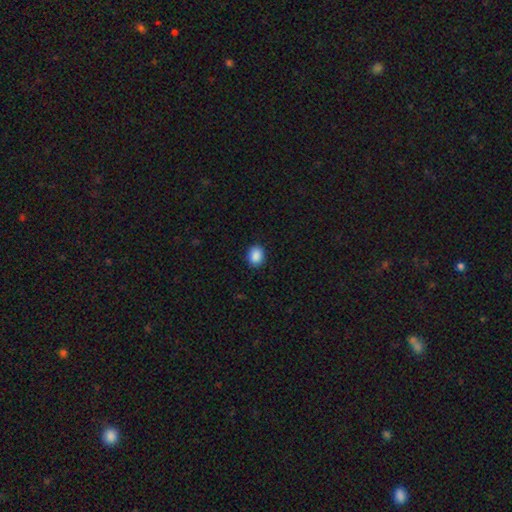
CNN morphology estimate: The model was most divided on "how rounded": round: 50%, in between: 49%, cigar-shaped: 1%. More confident: smooth or featured — smooth (89%); merging — none (89%).